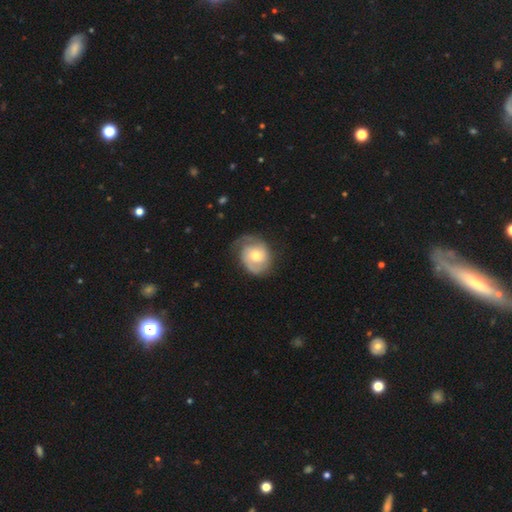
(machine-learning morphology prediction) Q: Smooth or featured?
A: featured or disk (71%); runner-up: smooth (24%)
Q: Edge-on disk?
A: no (97%); runner-up: yes (3%)
Q: Bar?
A: no (71%); runner-up: weak (25%)
Q: Spiral arms?
A: yes (91%); runner-up: no (9%)
Q: Spiral winding?
A: tight (48%); runner-up: medium (37%)
Q: Spiral arm count?
A: 2 (66%); runner-up: can't tell (13%)
Q: Bulge size?
A: moderate (60%); runner-up: small (32%)
Q: Merging?
A: none (63%); runner-up: minor disturbance (24%)